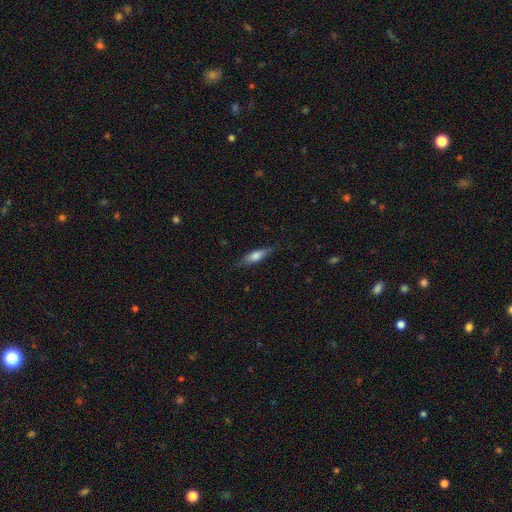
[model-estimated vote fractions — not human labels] Q: Smooth or featured?
A: smooth (59%); runner-up: featured or disk (34%)
Q: How rounded?
A: cigar-shaped (59%); runner-up: in between (39%)
Q: Merging?
A: none (80%); runner-up: minor disturbance (16%)